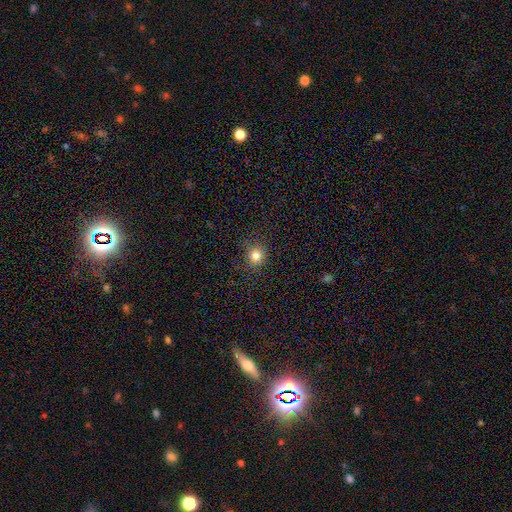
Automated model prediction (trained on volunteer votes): Overall: smooth (81%). How rounded: round (89%). Merging: none (86%).